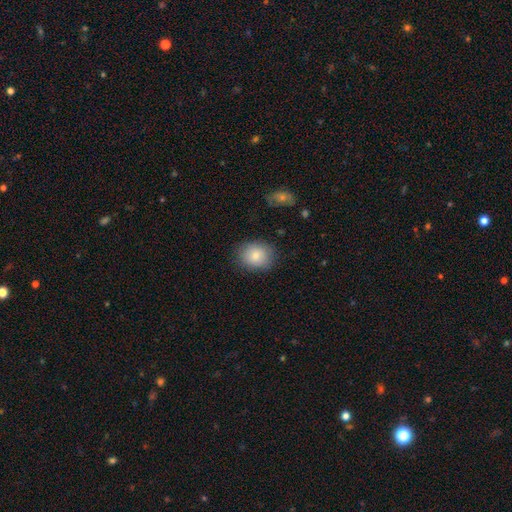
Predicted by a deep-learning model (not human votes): A smooth galaxy with no disk features (82%) that is round (57%).

Vote fractions:
- Smooth or featured? smooth: 82% / featured or disk: 9% / star or artifact: 8%
- How rounded? round: 57% / in between: 42% / cigar-shaped: 1%
- Merging? none: 83% / minor disturbance: 12% / major disturbance: 3% / merger: 1%